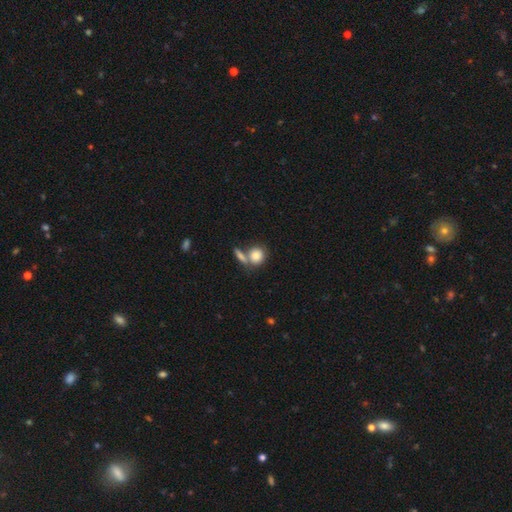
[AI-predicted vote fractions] Q: Smooth or featured?
A: smooth (83%); runner-up: featured or disk (9%)
Q: How rounded?
A: round (73%); runner-up: in between (25%)
Q: Merging?
A: none (45%); runner-up: merger (40%)